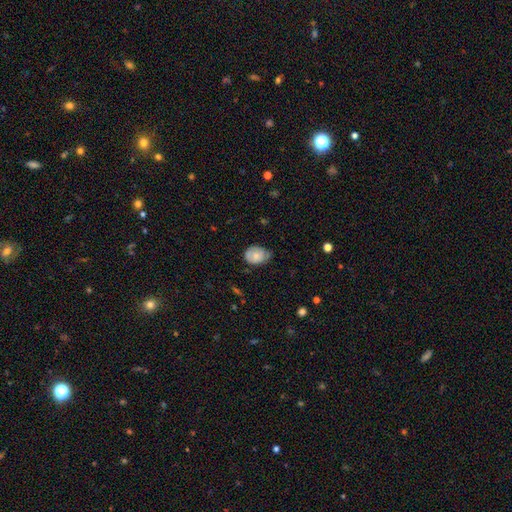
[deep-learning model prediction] smooth 67%, featured or disk 25%, star or artifact 7%. Down the decision tree: how rounded — in between (63%); merging — none (51%).